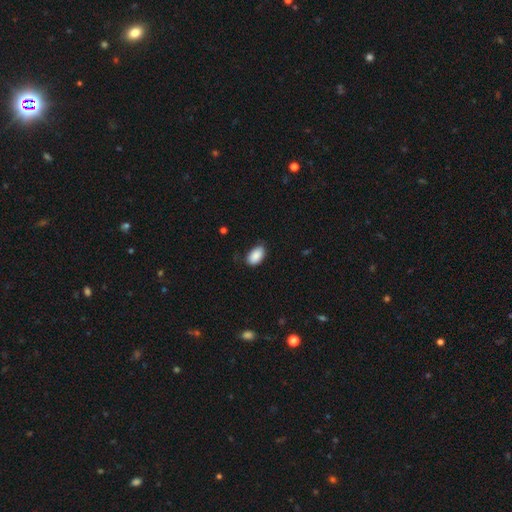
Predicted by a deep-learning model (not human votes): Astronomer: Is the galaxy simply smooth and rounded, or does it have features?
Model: smooth — 89%.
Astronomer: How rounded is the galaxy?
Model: in between — 94%.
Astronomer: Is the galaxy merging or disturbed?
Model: none — 75%.